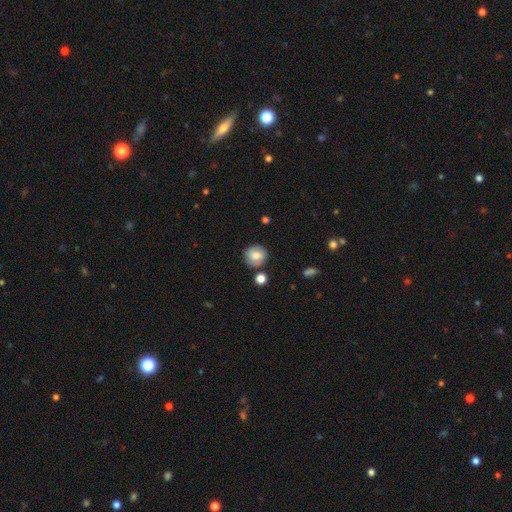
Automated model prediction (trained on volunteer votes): smooth 73%, featured or disk 18%, star or artifact 9%. Down the decision tree: how rounded — round (87%); merging — none (77%).